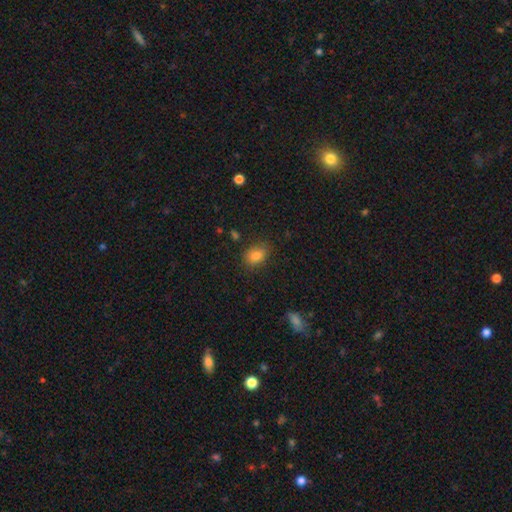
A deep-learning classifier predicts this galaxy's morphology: Q: Smooth or featured?
A: smooth (83%); runner-up: star or artifact (10%)
Q: How rounded?
A: in between (75%); runner-up: round (23%)
Q: Merging?
A: none (81%); runner-up: minor disturbance (14%)